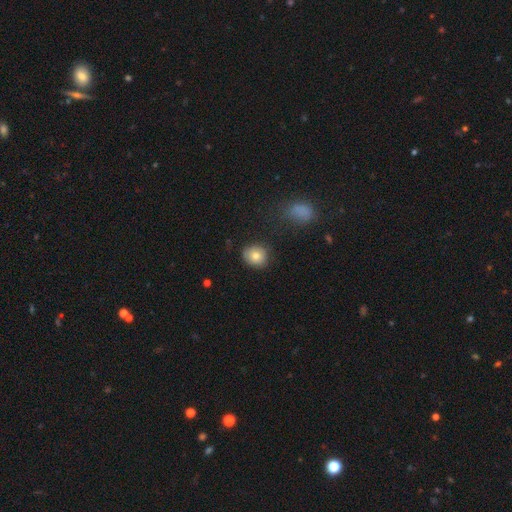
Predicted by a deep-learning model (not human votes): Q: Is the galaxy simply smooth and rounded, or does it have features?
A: smooth — 78%.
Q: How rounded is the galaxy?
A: round — 78%.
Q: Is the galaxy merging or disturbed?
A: none — 81%.